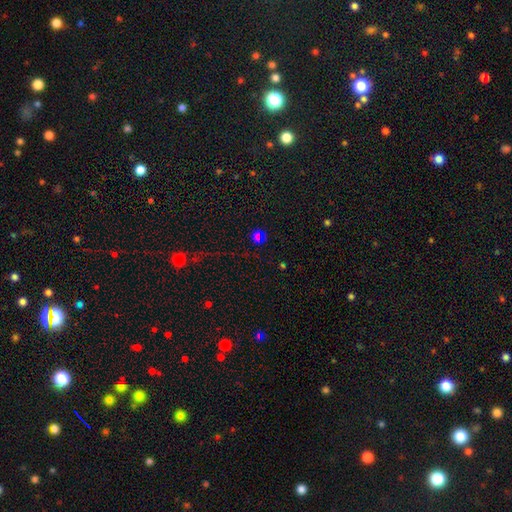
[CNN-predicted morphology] Smooth or featured?
  - star or artifact: 47% *
  - smooth: 44%
  - featured or disk: 9%